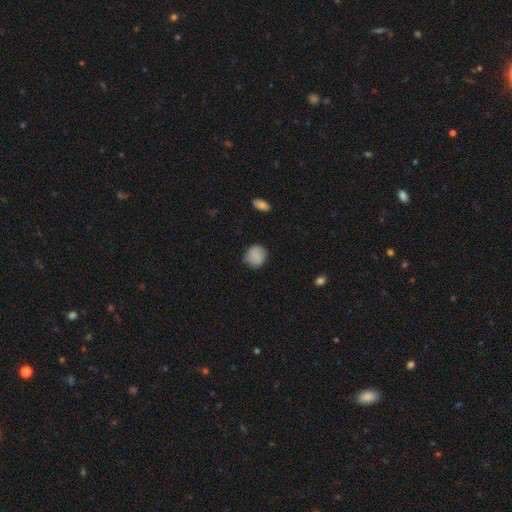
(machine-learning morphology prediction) A smooth galaxy with no disk features (81%) that is round (84%). Merging: none (74%).